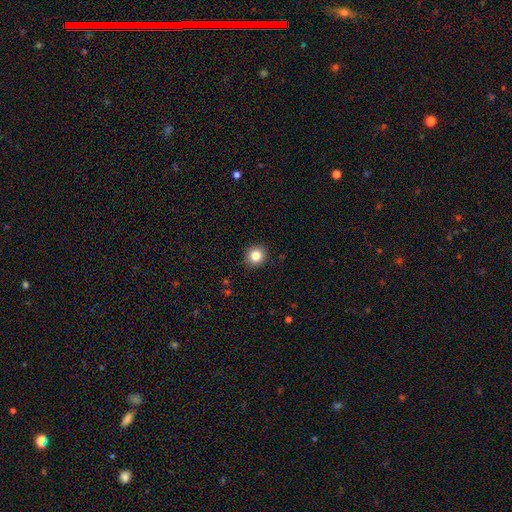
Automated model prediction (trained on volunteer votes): This appears to be a smooth galaxy with no disk features (85%) that is round (88%). Merging: none (91%).